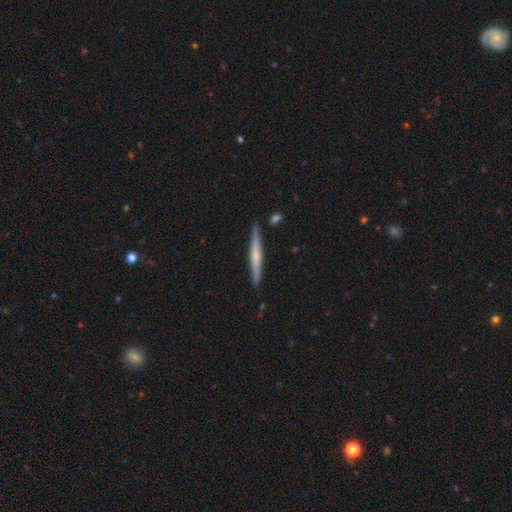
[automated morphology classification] A featured or disk galaxy (52%) viewed edge-on (97%) with a rounded central bulge (44%). Merging: none (87%).